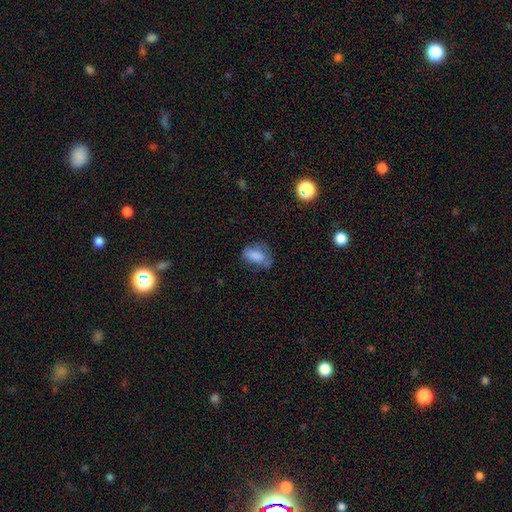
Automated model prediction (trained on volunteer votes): A smooth galaxy with no disk features (77%) that is in between round and cigar-shaped (86%). Merging: none (45%).